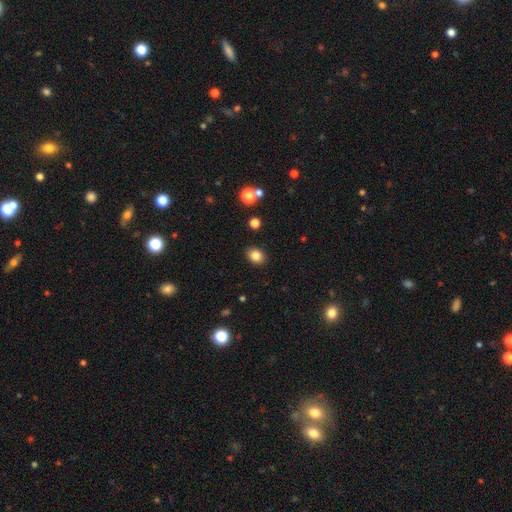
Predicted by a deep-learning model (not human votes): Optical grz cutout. It shows a smooth galaxy with no disk features (83%) that is in between round and cigar-shaped (59%). Merging: none (89%).